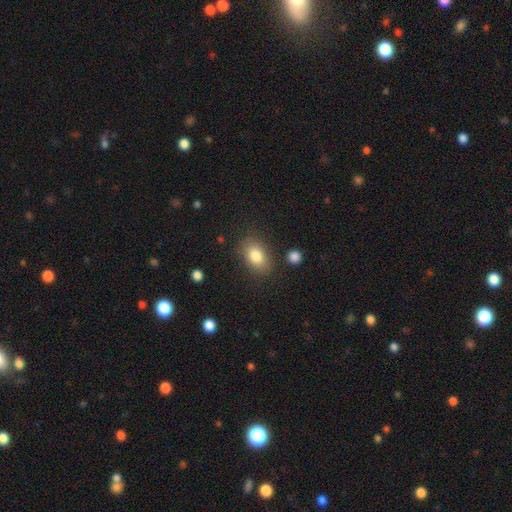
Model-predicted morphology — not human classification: type=smooth (82%); roundness=in between (83%); merging=none (81%).